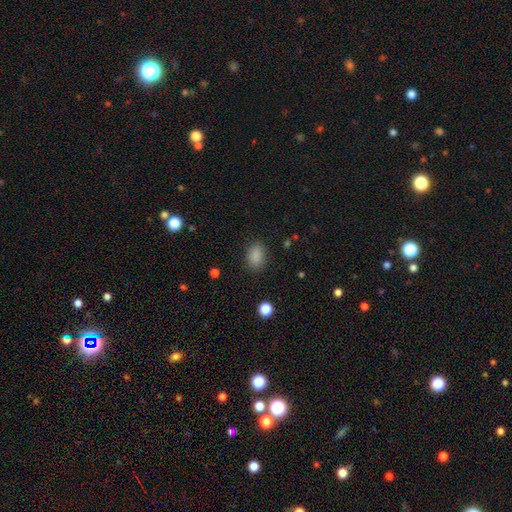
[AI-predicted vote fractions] A smooth galaxy with no disk features (86%) that is in between round and cigar-shaped (78%).

Vote fractions:
- Smooth or featured? smooth: 86% / star or artifact: 10% / featured or disk: 3%
- How rounded? in between: 78% / round: 20% / cigar-shaped: 1%
- Merging? none: 85% / minor disturbance: 11% / major disturbance: 4% / merger: 1%